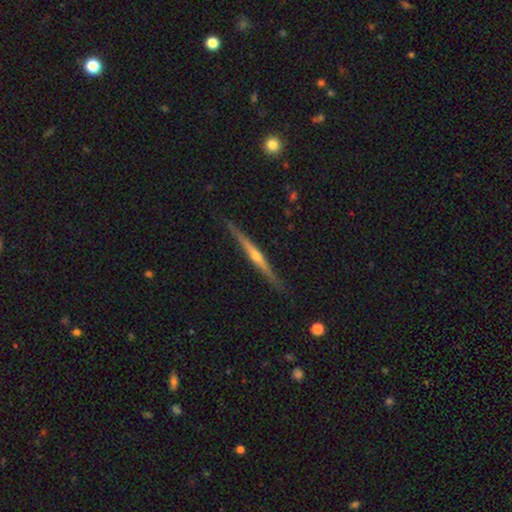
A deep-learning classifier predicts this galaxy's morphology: This appears to be a featured or disk galaxy (80%) viewed edge-on (98%) with a rounded central bulge (81%). Merging: none (90%).